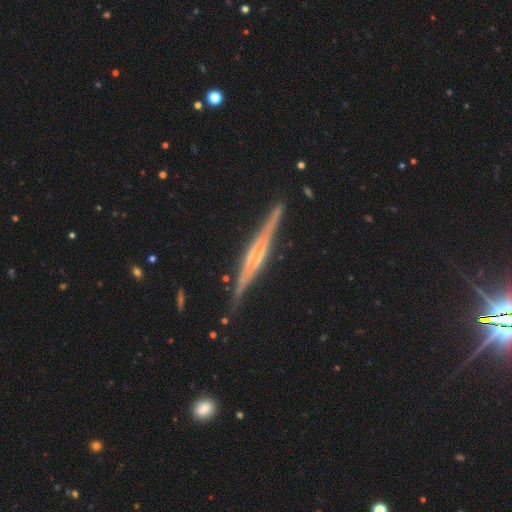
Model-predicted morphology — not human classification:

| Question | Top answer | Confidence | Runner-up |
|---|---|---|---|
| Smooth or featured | featured or disk | 82% | smooth (11%) |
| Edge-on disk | yes | 98% | no (2%) |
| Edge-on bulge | boxy | 44% | rounded (31%) |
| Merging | none | 86% | minor disturbance (11%) |